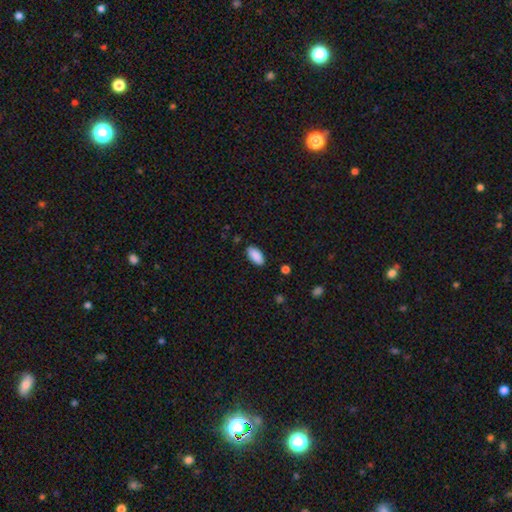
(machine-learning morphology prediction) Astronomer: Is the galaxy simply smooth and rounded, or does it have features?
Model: smooth — 90%.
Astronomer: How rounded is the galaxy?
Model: in between — 93%.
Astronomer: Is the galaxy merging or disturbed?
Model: none — 87%.